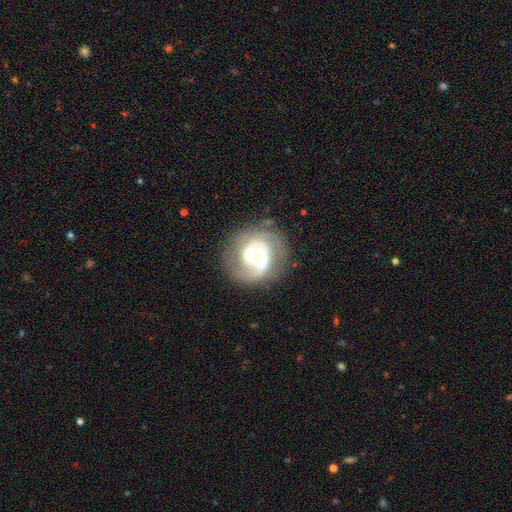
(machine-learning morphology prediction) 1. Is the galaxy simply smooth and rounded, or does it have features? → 80% featured or disk, 14% smooth, 6% star or artifact.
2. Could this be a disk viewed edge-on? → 98% no, 2% yes.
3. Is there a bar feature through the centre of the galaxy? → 46% weak, 36% strong, 18% no.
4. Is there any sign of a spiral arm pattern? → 88% yes, 12% no.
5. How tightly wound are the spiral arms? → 44% medium, 38% tight, 18% loose.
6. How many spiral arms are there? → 62% 2, 15% can't tell, 11% 1, 7% 3, 2% 4, 2% more than 4.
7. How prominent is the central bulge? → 52% small, 30% moderate, 8% large, 8% none, 2% dominant.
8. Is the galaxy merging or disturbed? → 66% none, 17% minor disturbance, 14% major disturbance, 3% merger.